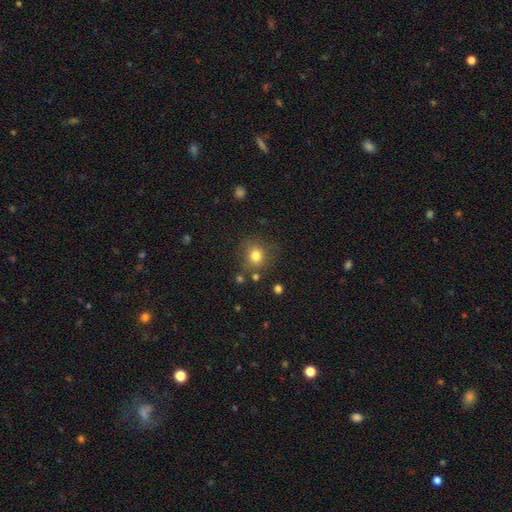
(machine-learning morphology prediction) type=smooth (80%); roundness=round (82%); merging=none (78%).